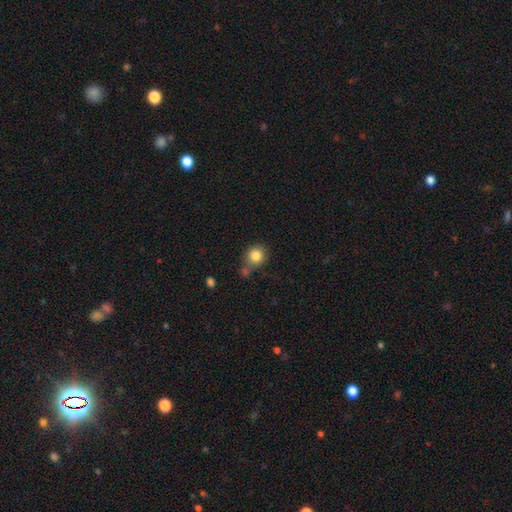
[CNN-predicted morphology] Overall: smooth (83%). How rounded: round (84%). Merging: none (60%).